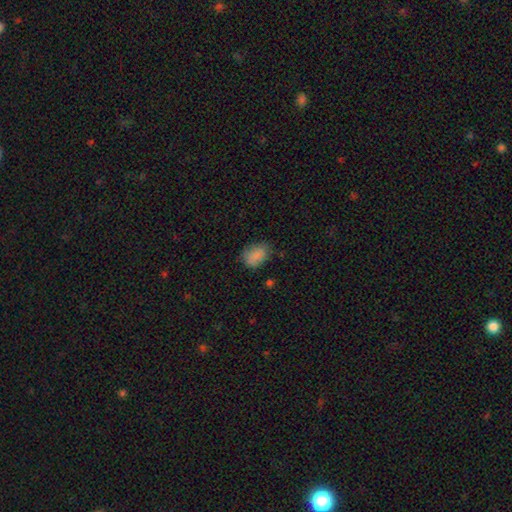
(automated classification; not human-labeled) Overall: smooth (84%). How rounded: in between (82%). Merging: none (68%).